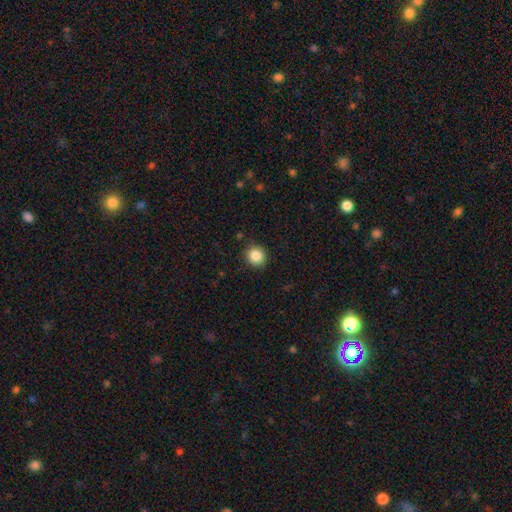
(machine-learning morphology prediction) This appears to be a smooth galaxy with no disk features (86%) that is round (90%). Merging: none (89%).